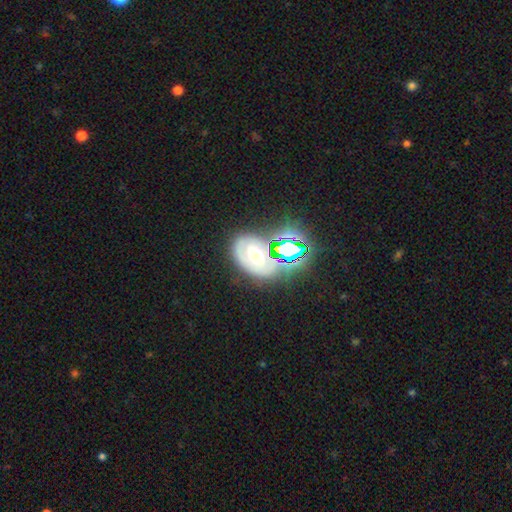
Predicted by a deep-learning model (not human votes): This appears to be a featured or disk galaxy (48%). Merging: none (64%).